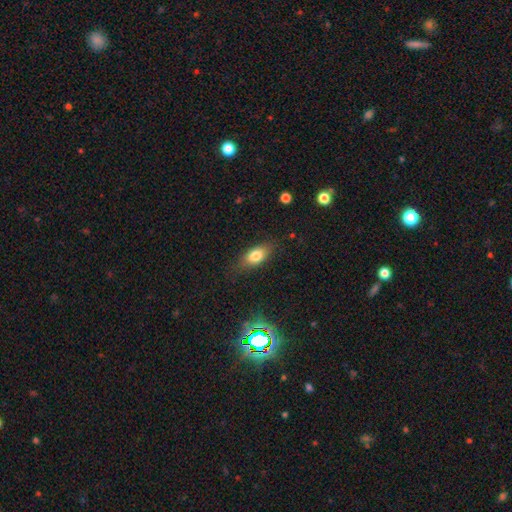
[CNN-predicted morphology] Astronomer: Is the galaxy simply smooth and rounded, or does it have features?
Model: smooth — 76%.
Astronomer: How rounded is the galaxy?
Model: in between — 83%.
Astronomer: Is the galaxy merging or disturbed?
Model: none — 78%.